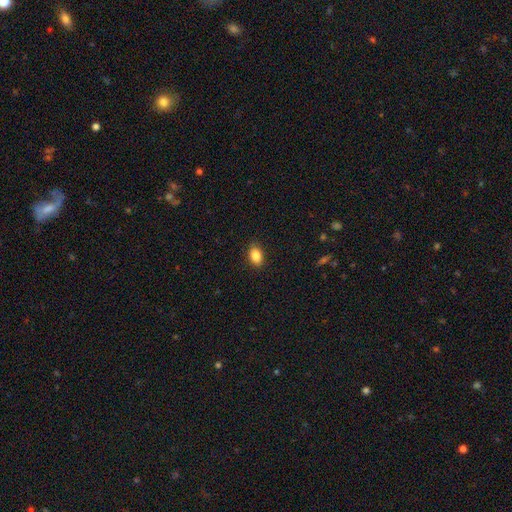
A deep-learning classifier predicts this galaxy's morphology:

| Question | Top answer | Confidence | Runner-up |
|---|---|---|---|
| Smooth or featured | smooth | 86% | star or artifact (8%) |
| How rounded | in between | 83% | round (15%) |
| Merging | none | 87% | minor disturbance (10%) |